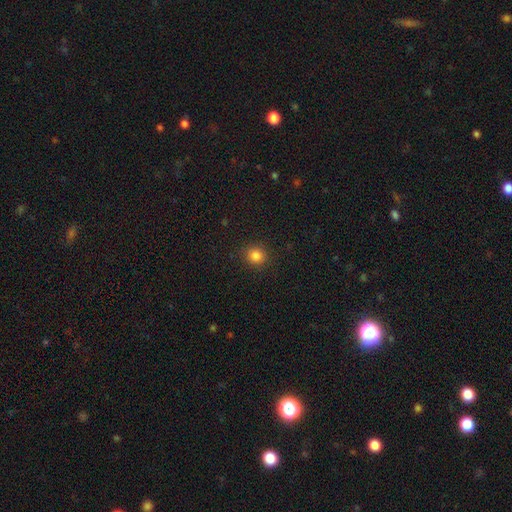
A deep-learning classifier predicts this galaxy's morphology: A smooth galaxy with no disk features (84%) that is round (88%).

Vote fractions:
- Smooth or featured? smooth: 84% / star or artifact: 12% / featured or disk: 4%
- How rounded? round: 88% / in between: 11% / cigar-shaped: 1%
- Merging? none: 90% / minor disturbance: 7% / major disturbance: 2% / merger: 1%